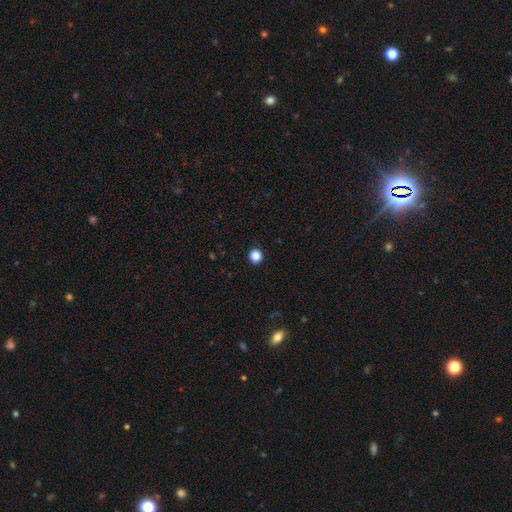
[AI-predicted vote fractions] Smooth or featured: smooth — 86% (star or artifact — 11%)
How rounded: round — 94% (in between — 5%)
Merging: none — 93% (minor disturbance — 4%)